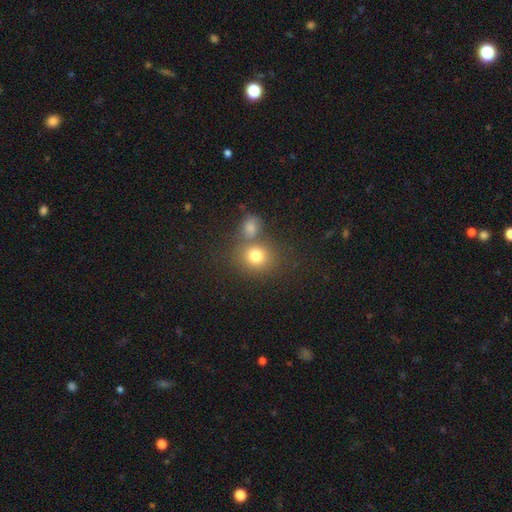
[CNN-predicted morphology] A smooth galaxy with no disk features (78%) that is round (77%). Merging: none (57%).